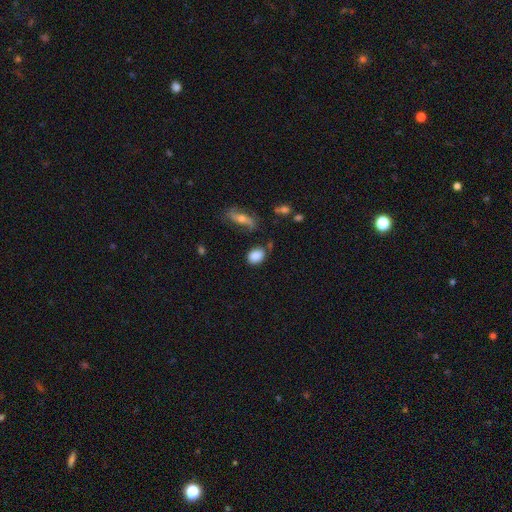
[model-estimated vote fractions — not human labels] Q: Smooth or featured?
A: smooth (83%); runner-up: star or artifact (9%)
Q: How rounded?
A: in between (69%); runner-up: round (29%)
Q: Merging?
A: none (68%); runner-up: minor disturbance (20%)